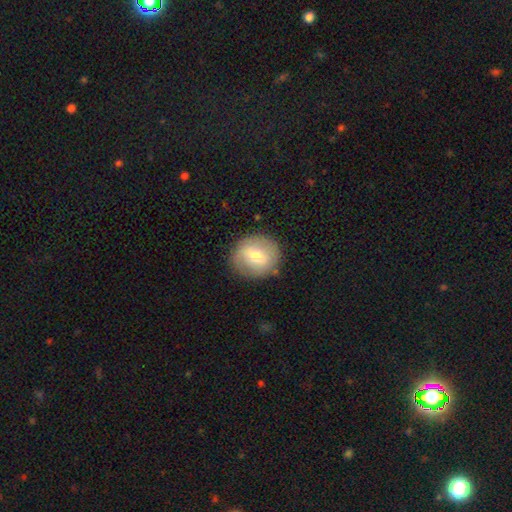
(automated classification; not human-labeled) smooth 57%, featured or disk 36%, star or artifact 8%. Down the decision tree: how rounded — round (86%); merging — none (83%).